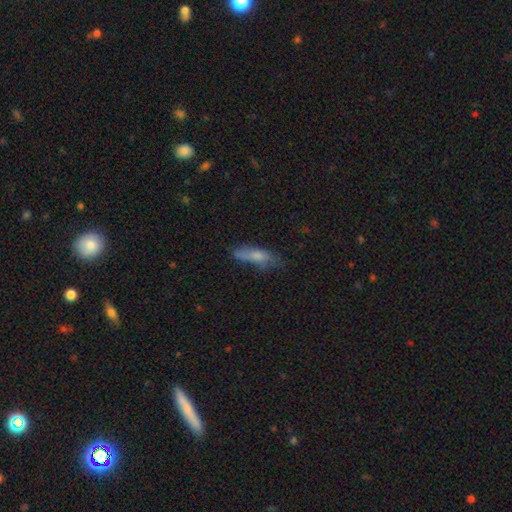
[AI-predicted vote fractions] Overall: smooth (68%). How rounded: cigar-shaped (63%; in between 35%). Merging: none (60%; minor disturbance 28%).